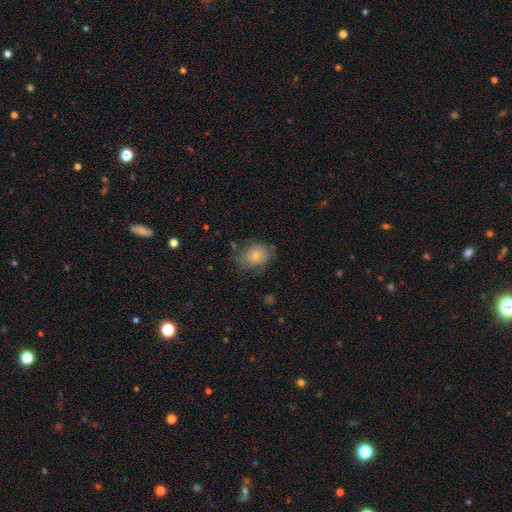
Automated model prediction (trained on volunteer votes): A smooth galaxy with no disk features (76%) that is in between round and cigar-shaped (56%). Merging: none (62%).